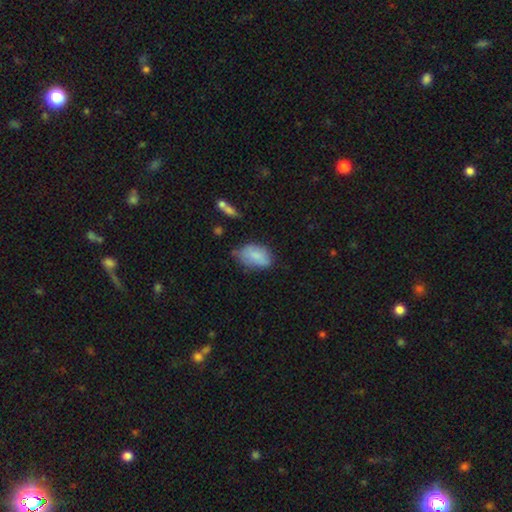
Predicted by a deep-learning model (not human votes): Q: Smooth or featured?
A: smooth (77%); runner-up: featured or disk (15%)
Q: How rounded?
A: in between (90%); runner-up: round (9%)
Q: Merging?
A: none (54%); runner-up: minor disturbance (33%)